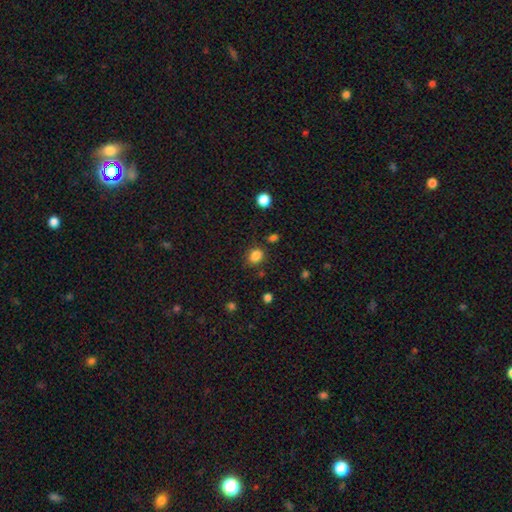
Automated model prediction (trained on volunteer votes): Q: Smooth or featured?
A: smooth (84%); runner-up: star or artifact (12%)
Q: How rounded?
A: round (62%); runner-up: in between (37%)
Q: Merging?
A: none (80%); runner-up: minor disturbance (12%)